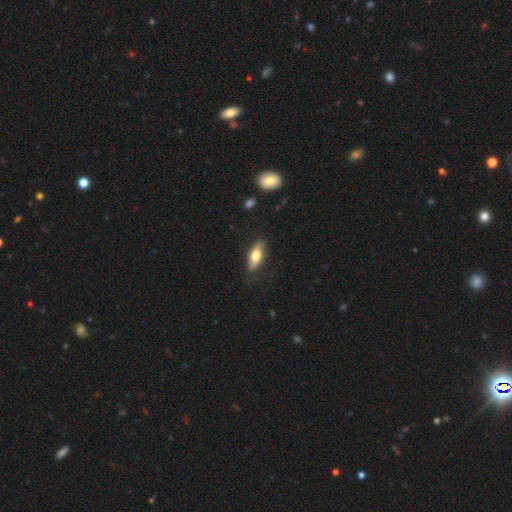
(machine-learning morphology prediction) smooth 67%, featured or disk 27%, star or artifact 6%. Down the decision tree: how rounded — in between (66%); merging — none (78%).